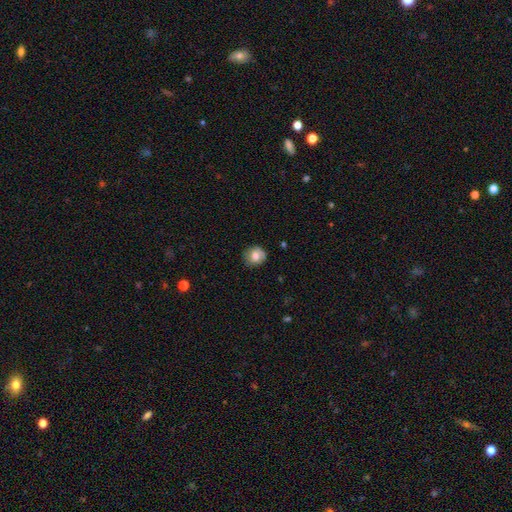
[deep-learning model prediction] smooth-or-featured: smooth: 69% | featured or disk: 22% | star or artifact: 9%
  how-rounded: round: 81% | in between: 18% | cigar-shaped: 1%
  merging: none: 77% | minor disturbance: 17% | major disturbance: 4% | merger: 1%